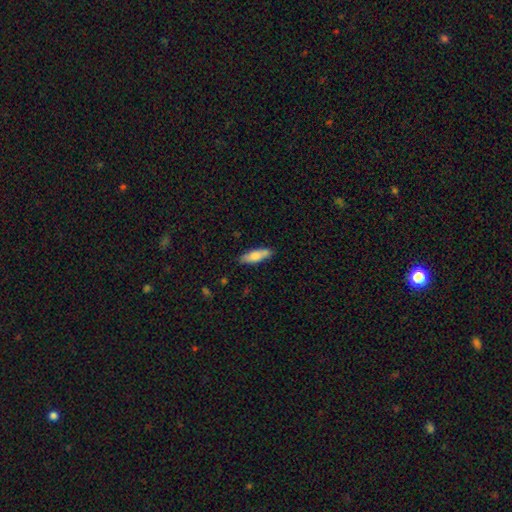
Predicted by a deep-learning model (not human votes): A smooth galaxy with no disk features (75%) that is cigar-shaped (52%). Merging: none (80%).